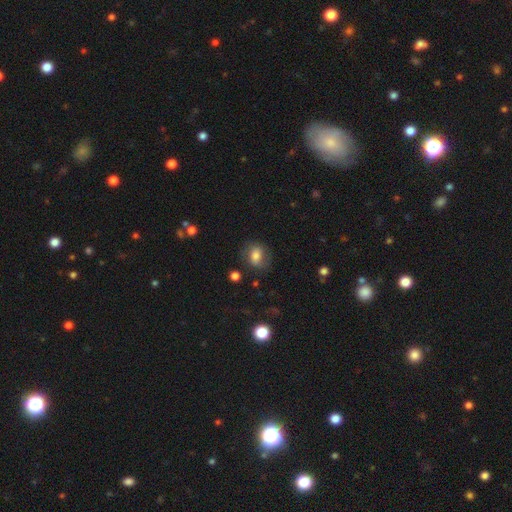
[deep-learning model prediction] smooth_or_featured: smooth (p=0.67) [alt: featured or disk p=0.23]
how_rounded: in between (p=0.56) [alt: round p=0.43]
merging: none (p=0.72) [alt: minor disturbance p=0.18]